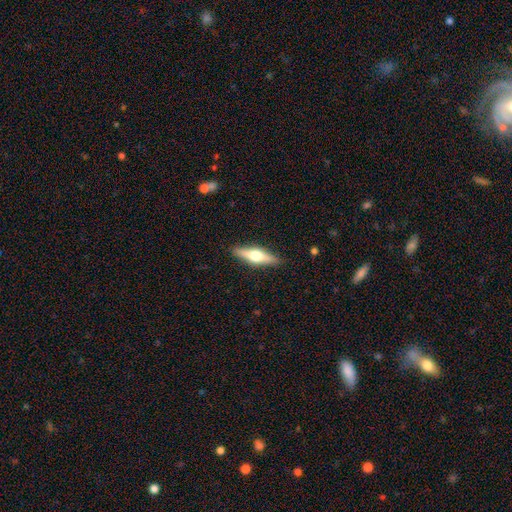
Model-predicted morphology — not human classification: Smooth or featured? featured or disk (56%)
Edge-on disk? yes (95%)
Edge-on bulge? rounded (94%)
Merging? none (89%)